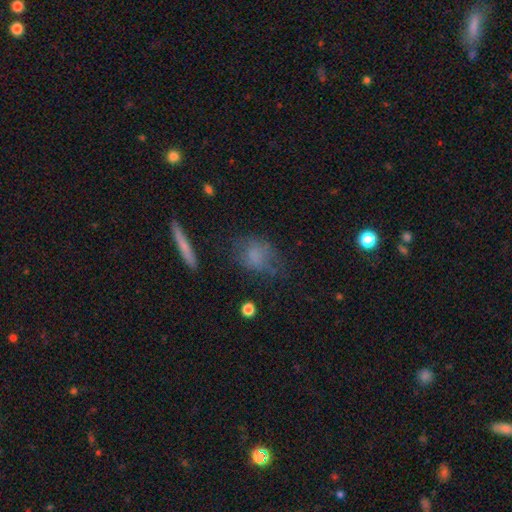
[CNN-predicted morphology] smooth-or-featured: smooth: 71% | featured or disk: 17% | star or artifact: 12%
  how-rounded: in between: 54% | round: 41% | cigar-shaped: 5%
  merging: none: 57% | minor disturbance: 25% | major disturbance: 15% | merger: 3%